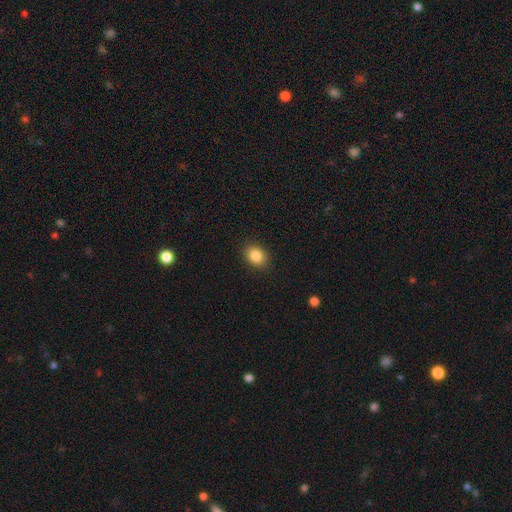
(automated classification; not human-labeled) This is clearly a smooth galaxy (86%). How rounded: possibly in between (55%). Merging: clearly none (89%).